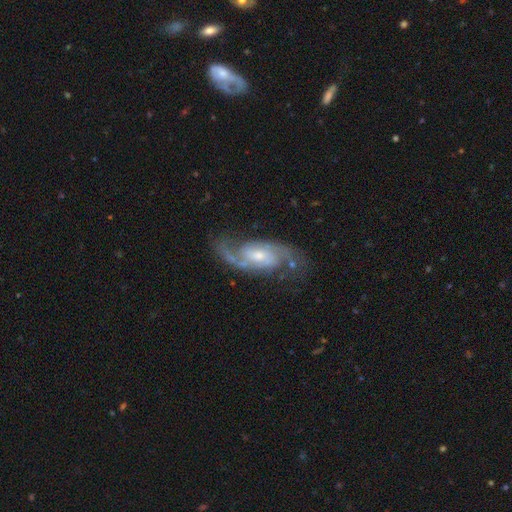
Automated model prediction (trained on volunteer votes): A featured or disk galaxy (89%) with a weak bar (46%), 2 (89%) medium (55%) spiral arms (97%) and a small central bulge (47%).

Vote fractions:
- Smooth or featured? featured or disk: 89% / star or artifact: 6% / smooth: 5%
- Edge-on disk? no: 95% / yes: 5%
- Bar? weak: 46% / no: 39% / strong: 14%
- Spiral arms? yes: 97% / no: 3%
- Spiral winding? medium: 55% / loose: 25% / tight: 21%
- Spiral arm count? 2: 89% / can't tell: 4% / 3: 2% / 1: 2% / 4: 1% / more than 4: 1%
- Bulge size? small: 47% / moderate: 45% / large: 4% / none: 3% / dominant: 1%
- Merging? none: 76% / minor disturbance: 15% / major disturbance: 7% / merger: 2%